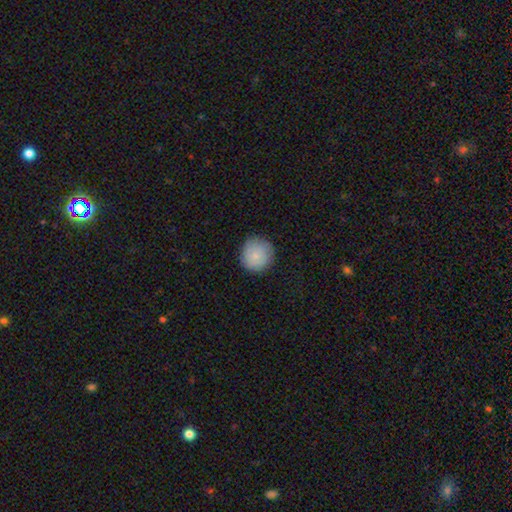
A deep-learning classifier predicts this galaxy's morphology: Smooth or featured?
  - smooth: 82% *
  - featured or disk: 11%
  - star or artifact: 7%
How rounded?
  - round: 93% *
  - in between: 6%
  - cigar-shaped: 1%
Merging?
  - none: 85% *
  - minor disturbance: 11%
  - major disturbance: 3%
  - merger: 1%